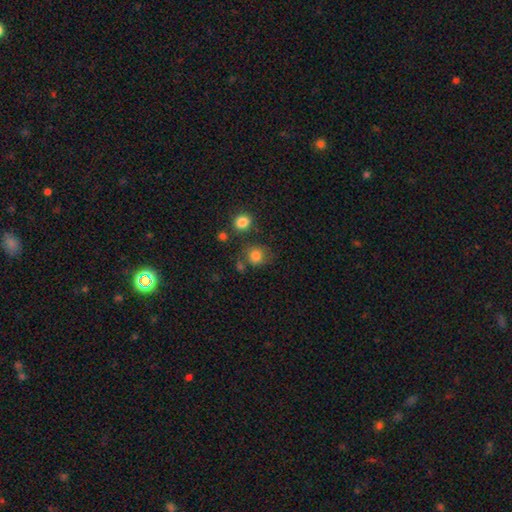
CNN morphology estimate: smooth-or-featured: smooth: 81% | star or artifact: 11% | featured or disk: 7%
  how-rounded: round: 79% | in between: 20% | cigar-shaped: 1%
  merging: none: 64% | minor disturbance: 18% | merger: 10% | major disturbance: 8%